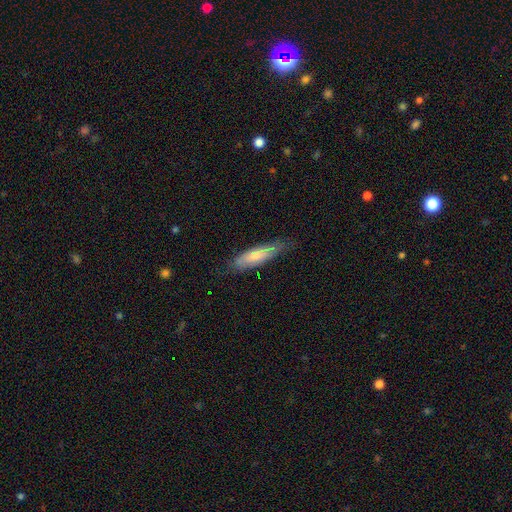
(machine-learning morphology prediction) Smooth or featured? smooth (62%)
How rounded? cigar-shaped (63%)
Merging? none (59%)